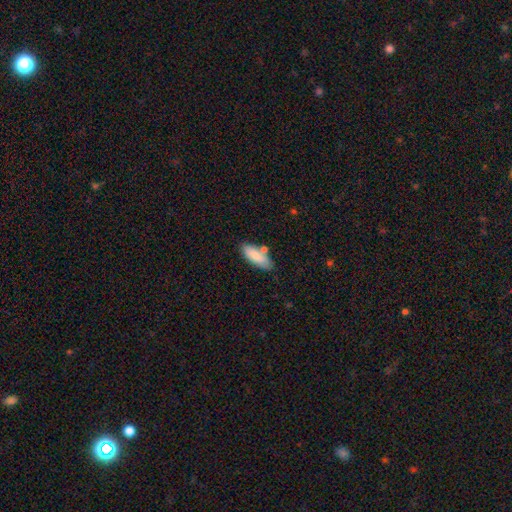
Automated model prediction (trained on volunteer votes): smooth-or-featured: smooth: 83% | featured or disk: 11% | star or artifact: 6%
  how-rounded: in between: 68% | cigar-shaped: 31% | round: 2%
  merging: none: 70% | minor disturbance: 15% | merger: 12% | major disturbance: 3%